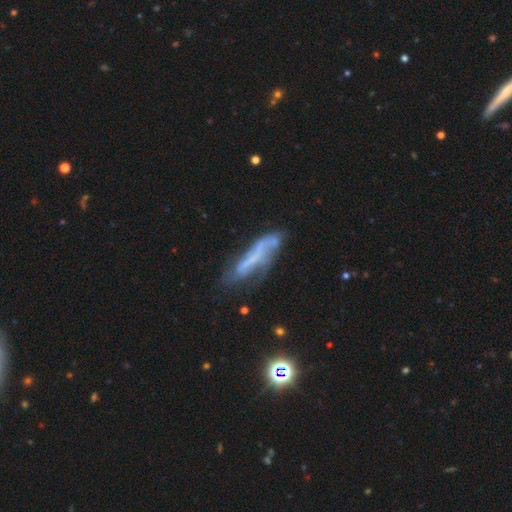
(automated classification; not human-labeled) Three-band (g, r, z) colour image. It shows a featured or disk galaxy (51%). Merging: none (43%).